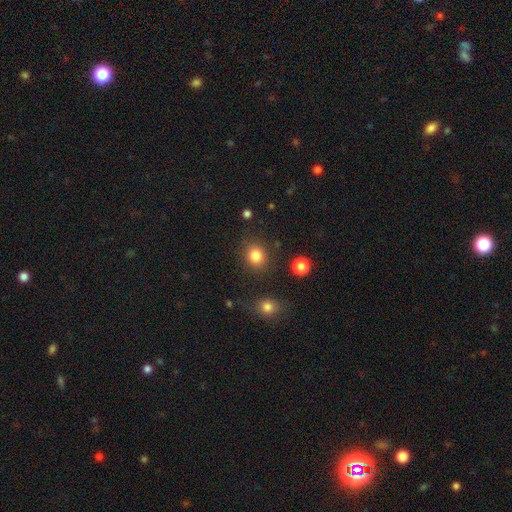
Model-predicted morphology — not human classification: smooth 84%, star or artifact 12%, featured or disk 5%. Down the decision tree: how rounded — round (77%); merging — none (83%).